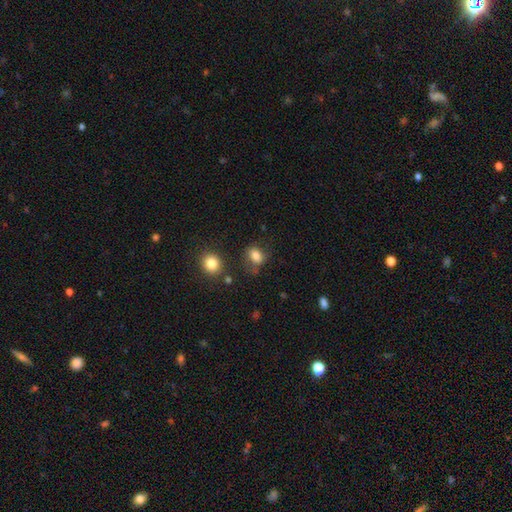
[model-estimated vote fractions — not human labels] Smooth or featured? smooth (80%)
How rounded? in between (63%)
Merging? none (65%)